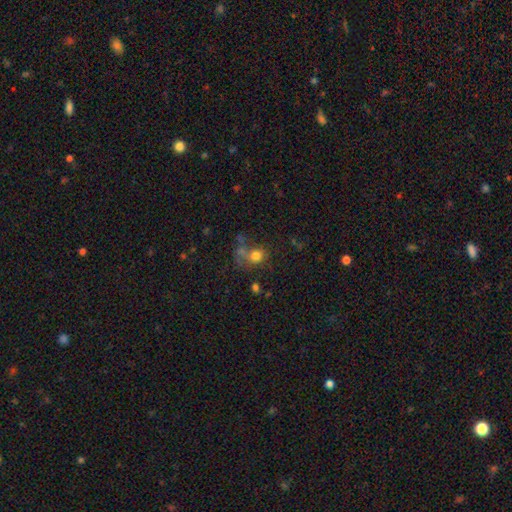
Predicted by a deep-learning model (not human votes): Overall: smooth (72%). How rounded: round (70%). Merging: none (43%; merger 25%).